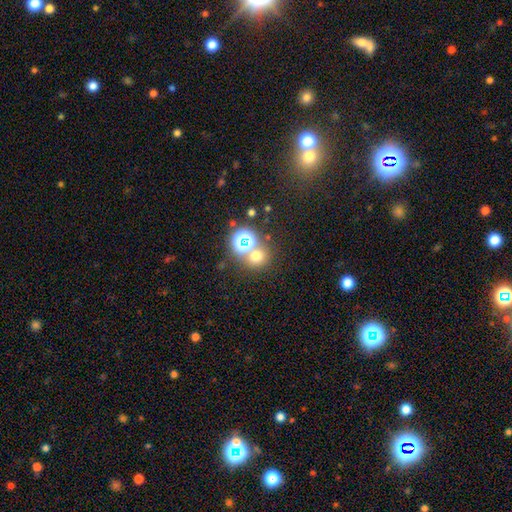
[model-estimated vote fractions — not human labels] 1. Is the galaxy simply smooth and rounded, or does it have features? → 61% smooth, 31% star or artifact, 9% featured or disk.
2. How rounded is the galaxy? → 85% round, 14% in between, 1% cigar-shaped.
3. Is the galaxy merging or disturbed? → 65% none, 25% merger, 7% minor disturbance, 4% major disturbance.